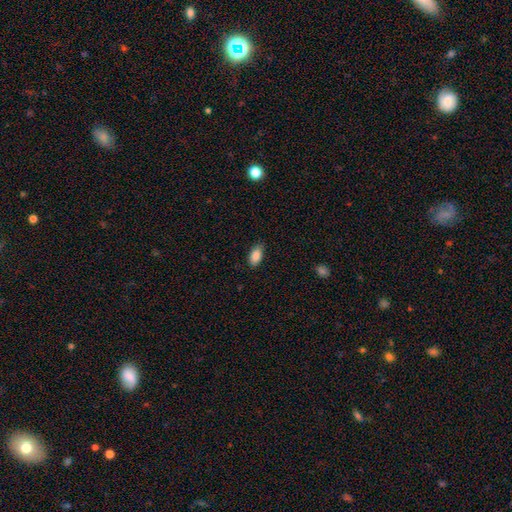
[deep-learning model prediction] Smooth or featured: smooth — 87% (star or artifact — 7%)
How rounded: in between — 92% (cigar-shaped — 4%)
Merging: none — 84% (minor disturbance — 13%)